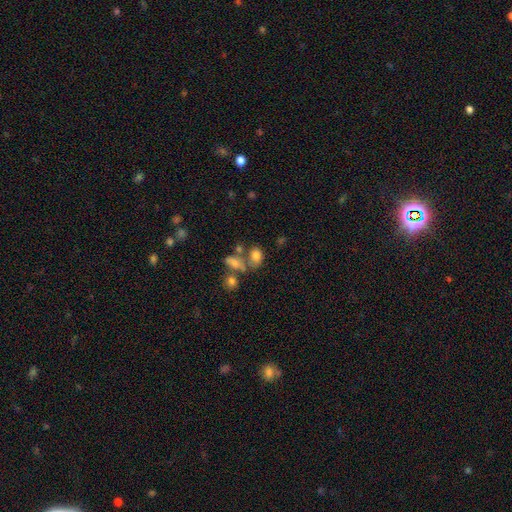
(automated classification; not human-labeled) smooth 76%, star or artifact 13%, featured or disk 11%. Down the decision tree: how rounded — in between (74%); merging — none (44%).